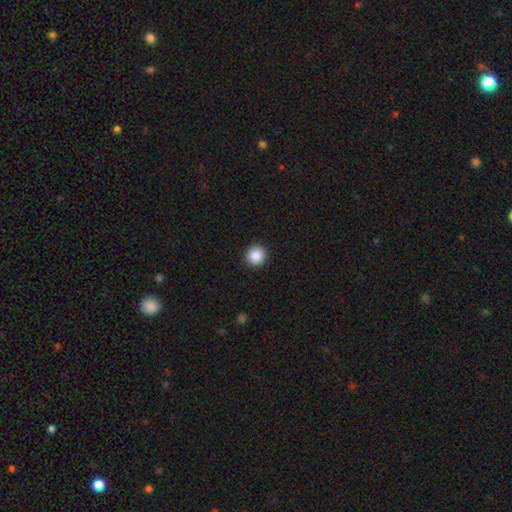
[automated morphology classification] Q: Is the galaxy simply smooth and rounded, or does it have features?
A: smooth — 88%.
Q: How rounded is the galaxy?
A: round — 93%.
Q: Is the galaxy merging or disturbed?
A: none — 93%.